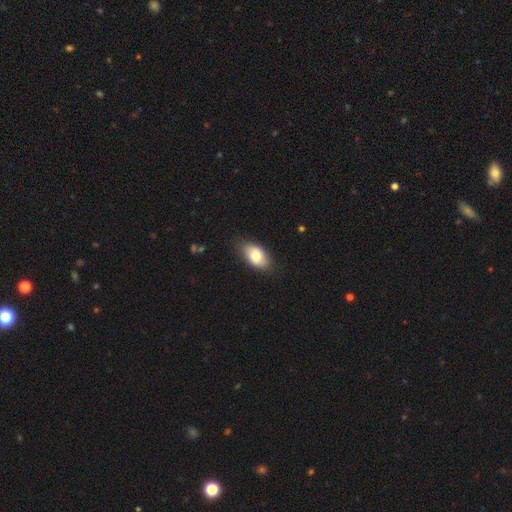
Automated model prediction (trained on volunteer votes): Morphology: type=smooth (79%); roundness=in between (92%); merging=none (82%).